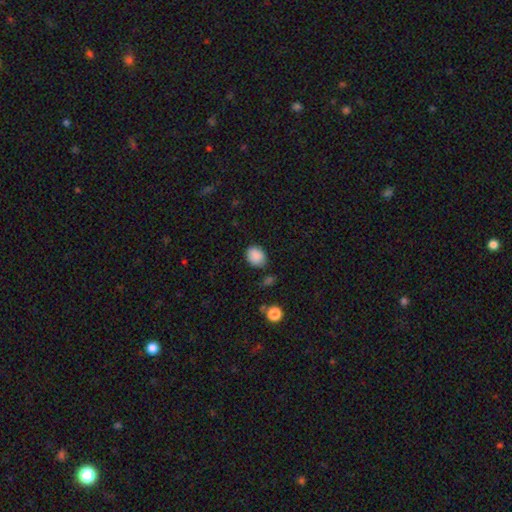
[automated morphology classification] A smooth galaxy with no disk features (88%) that is in between round and cigar-shaped (60%).

Vote fractions:
- Smooth or featured? smooth: 88% / star or artifact: 8% / featured or disk: 4%
- How rounded? in between: 60% / round: 39% / cigar-shaped: 1%
- Merging? none: 74% / minor disturbance: 18% / major disturbance: 4% / merger: 3%